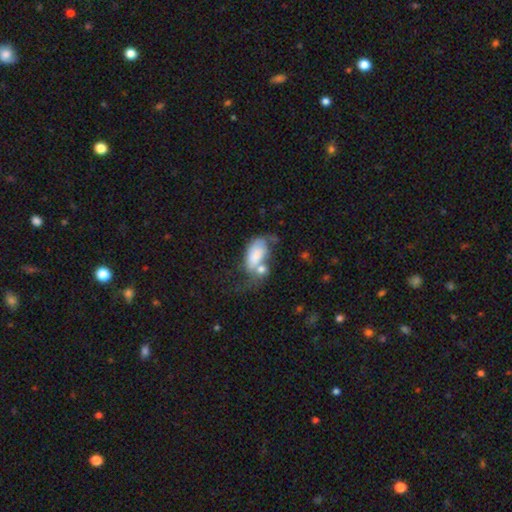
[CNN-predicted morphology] The model was most divided on "merging": merger: 42%, major disturbance: 25%, none: 17%, minor disturbance: 16%. More confident: how rounded — in between (91%); smooth or featured — smooth (65%).